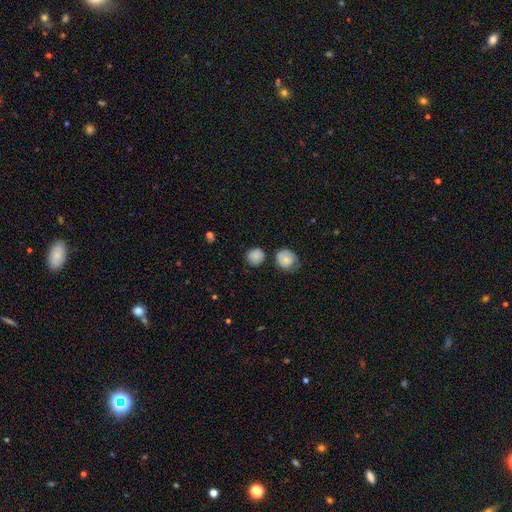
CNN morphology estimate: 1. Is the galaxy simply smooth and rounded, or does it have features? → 84% smooth, 9% star or artifact, 7% featured or disk.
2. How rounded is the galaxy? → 87% round, 12% in between, 1% cigar-shaped.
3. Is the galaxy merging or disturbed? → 75% none, 14% minor disturbance, 7% merger, 4% major disturbance.